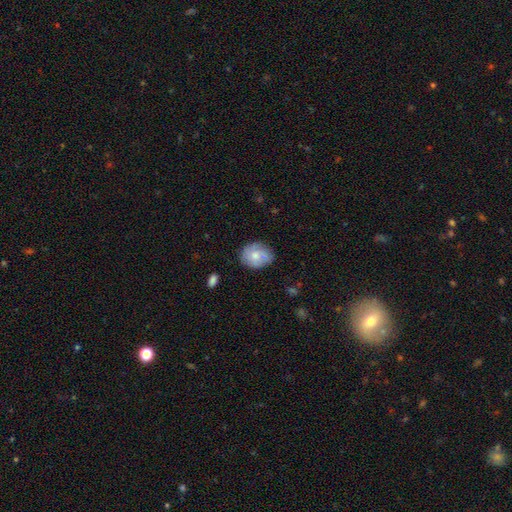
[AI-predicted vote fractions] smooth_or_featured: smooth (p=0.63) [alt: featured or disk p=0.30]
how_rounded: round (p=0.61) [alt: in between p=0.38]
merging: none (p=0.64) [alt: minor disturbance p=0.26]